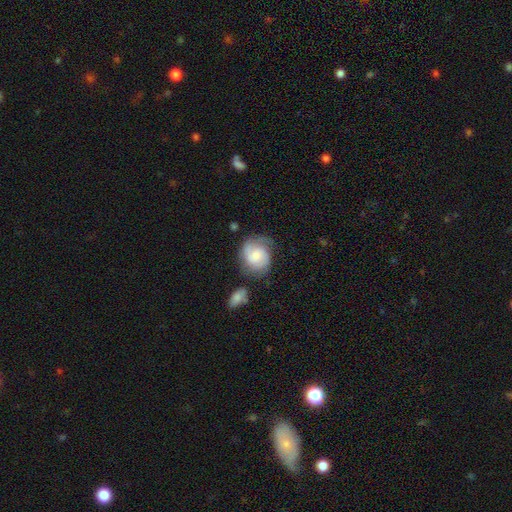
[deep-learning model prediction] smooth-or-featured: featured or disk: 51% | smooth: 42% | star or artifact: 7%
  disk-edge-on: no: 97% | yes: 3%
  merging: none: 56% | minor disturbance: 25% | major disturbance: 11% | merger: 8%